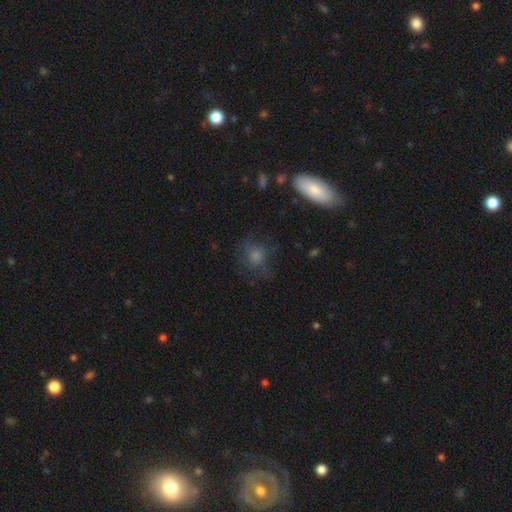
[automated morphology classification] type=smooth (55%); roundness=round (68%); merging=none (70%).